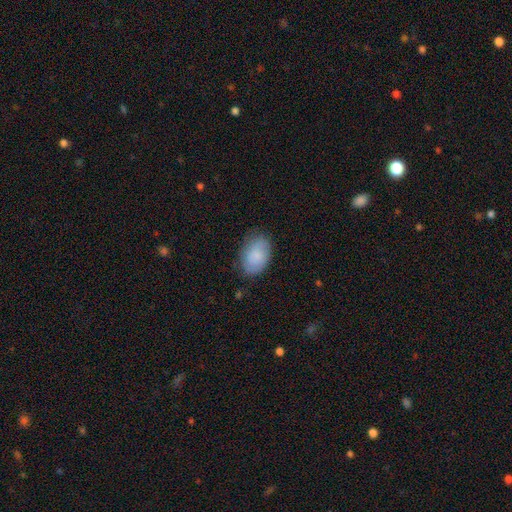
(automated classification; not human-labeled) A smooth galaxy with no disk features (80%) that is in between round and cigar-shaped (88%).

Vote fractions:
- Smooth or featured? smooth: 80% / featured or disk: 13% / star or artifact: 7%
- How rounded? in between: 88% / round: 11% / cigar-shaped: 1%
- Merging? none: 75% / minor disturbance: 19% / major disturbance: 5% / merger: 1%